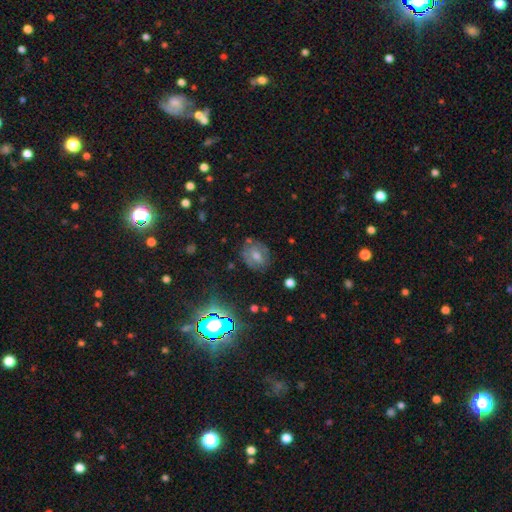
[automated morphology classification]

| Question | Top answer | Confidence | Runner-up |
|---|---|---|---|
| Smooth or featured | smooth | 48% | featured or disk (37%) |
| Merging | none | 70% | minor disturbance (20%) |